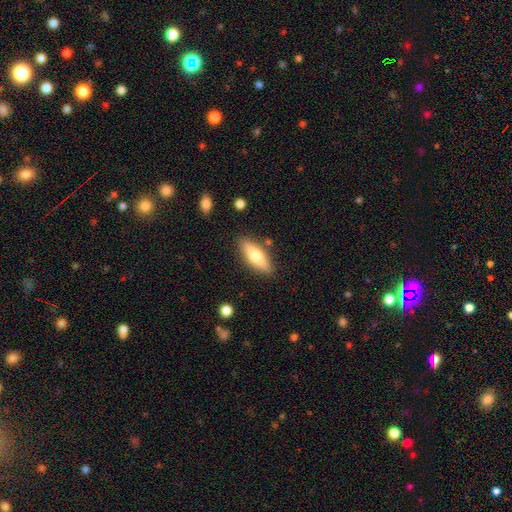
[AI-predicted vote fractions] A smooth galaxy with no disk features (61%) that is in between round and cigar-shaped (50%).

Vote fractions:
- Smooth or featured? smooth: 61% / featured or disk: 33% / star or artifact: 6%
- How rounded? in between: 50% / cigar-shaped: 47% / round: 2%
- Merging? none: 85% / minor disturbance: 10% / major disturbance: 2% / merger: 2%